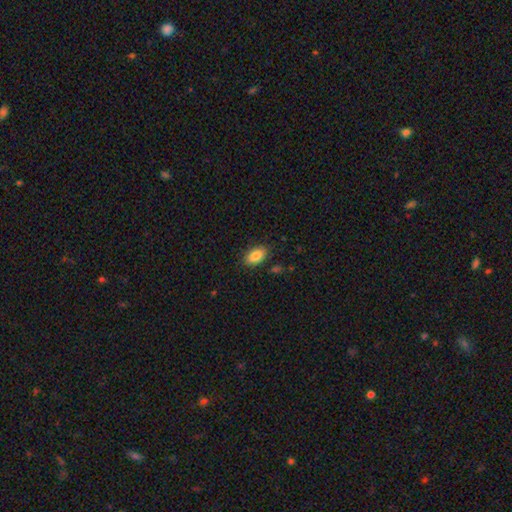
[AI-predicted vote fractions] A smooth galaxy with no disk features (85%) that is in between round and cigar-shaped (92%).

Vote fractions:
- Smooth or featured? smooth: 85% / star or artifact: 8% / featured or disk: 7%
- How rounded? in between: 92% / round: 5% / cigar-shaped: 3%
- Merging? none: 84% / minor disturbance: 11% / major disturbance: 3% / merger: 2%